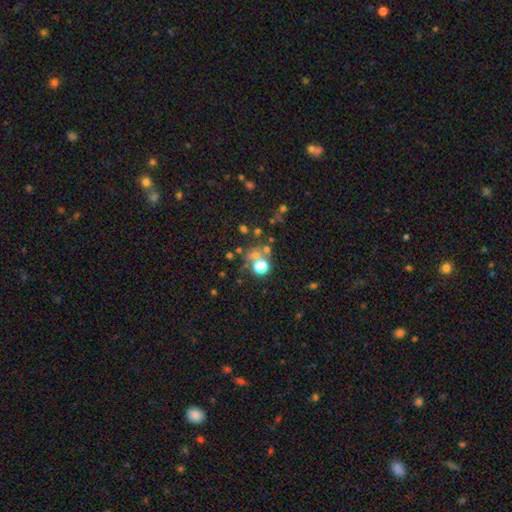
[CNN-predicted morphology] smooth-or-featured: smooth: 43% | star or artifact: 42% | featured or disk: 14%
  merging: none: 59% | merger: 23% | minor disturbance: 9% | major disturbance: 9%